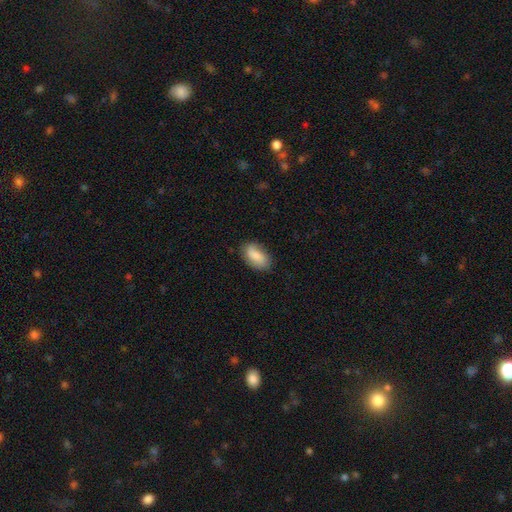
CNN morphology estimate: Smooth or featured? Predicted: smooth (p=0.79). How rounded? Predicted: in between (p=0.92). Merging? Predicted: none (p=0.77).